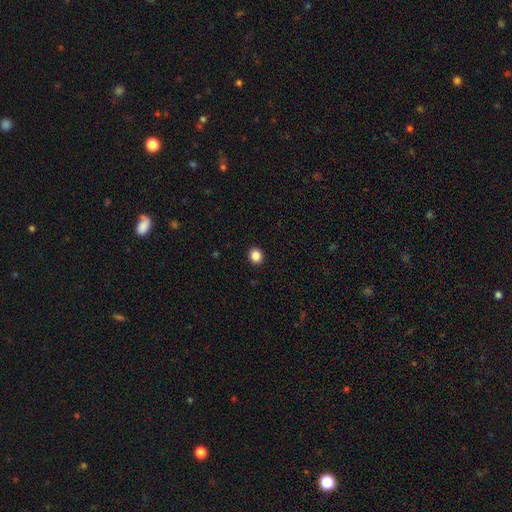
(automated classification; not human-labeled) This appears to be a smooth galaxy with no disk features (86%) that is round (82%). Merging: none (93%).